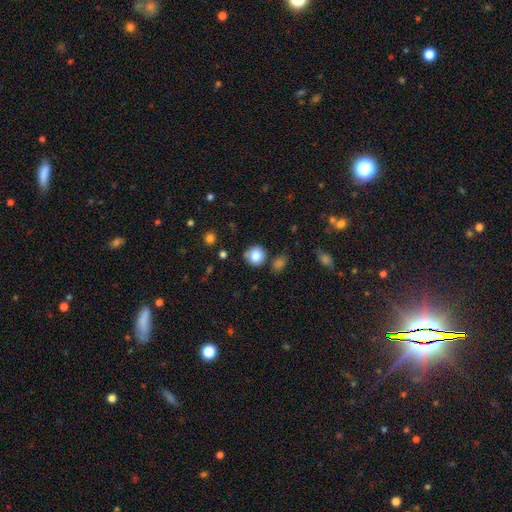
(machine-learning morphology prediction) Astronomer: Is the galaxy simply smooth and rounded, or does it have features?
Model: smooth — 83%.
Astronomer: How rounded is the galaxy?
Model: round — 89%.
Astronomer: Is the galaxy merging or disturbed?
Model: none — 77%.